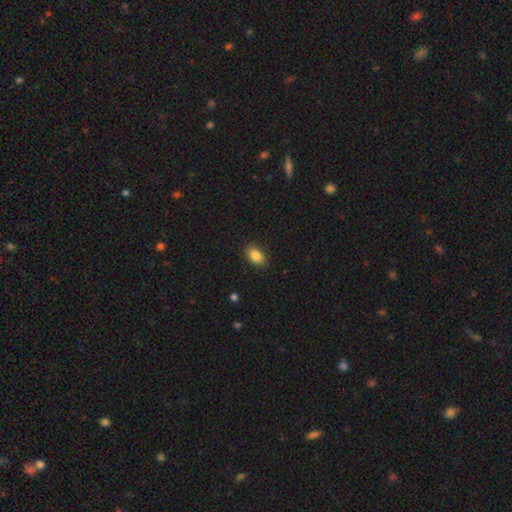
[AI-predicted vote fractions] Smooth or featured: smooth — 86% (star or artifact — 9%)
How rounded: in between — 86% (round — 12%)
Merging: none — 88% (minor disturbance — 9%)